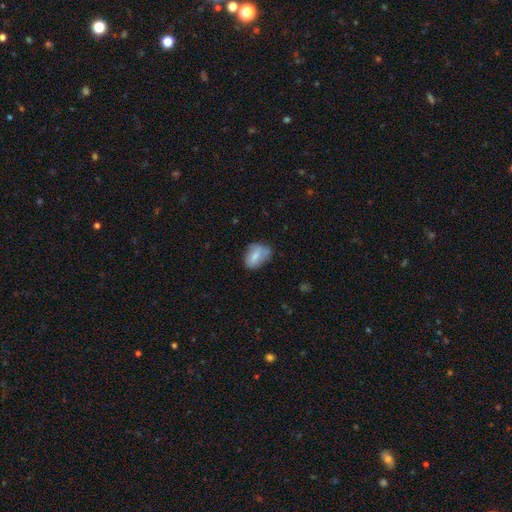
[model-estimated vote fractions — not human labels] Smooth or featured?
  - smooth: 65% *
  - featured or disk: 27%
  - star or artifact: 8%
How rounded?
  - in between: 81% *
  - round: 16%
  - cigar-shaped: 3%
Merging?
  - none: 55% *
  - minor disturbance: 32%
  - major disturbance: 10%
  - merger: 3%